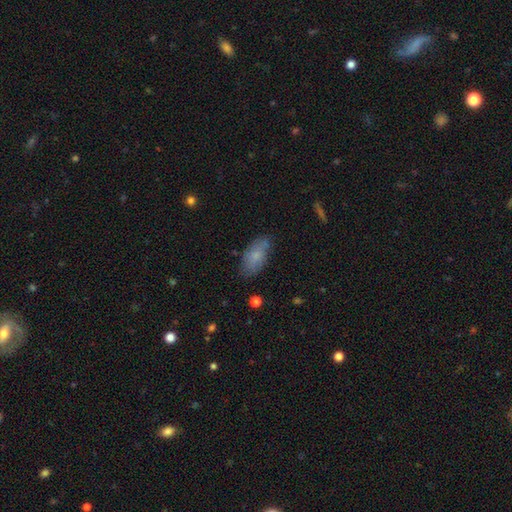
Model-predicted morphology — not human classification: Overall: smooth (75%). How rounded: in between (89%). Merging: none (74%).